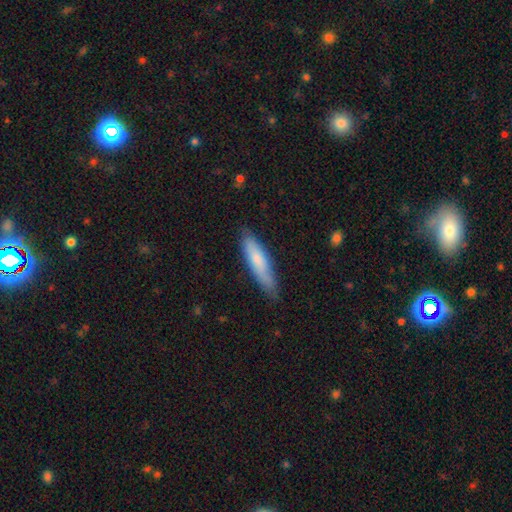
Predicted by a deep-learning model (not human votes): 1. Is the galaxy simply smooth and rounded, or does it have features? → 72% smooth, 22% featured or disk, 6% star or artifact.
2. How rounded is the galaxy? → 78% cigar-shaped, 21% in between, 1% round.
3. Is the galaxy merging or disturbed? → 80% none, 17% minor disturbance, 2% major disturbance, 1% merger.